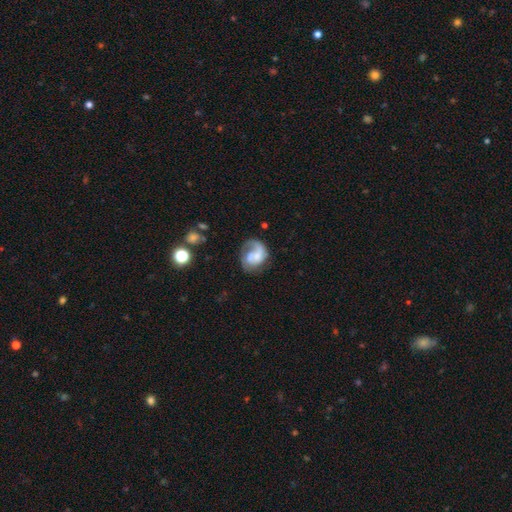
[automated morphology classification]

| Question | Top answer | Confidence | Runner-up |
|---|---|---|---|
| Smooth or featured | featured or disk | 62% | smooth (30%) |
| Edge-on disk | no | 98% | yes (2%) |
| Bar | no | 67% | weak (27%) |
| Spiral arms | yes | 81% | no (19%) |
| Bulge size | small | 36% | none (27%) |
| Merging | none | 40% | major disturbance (31%) |